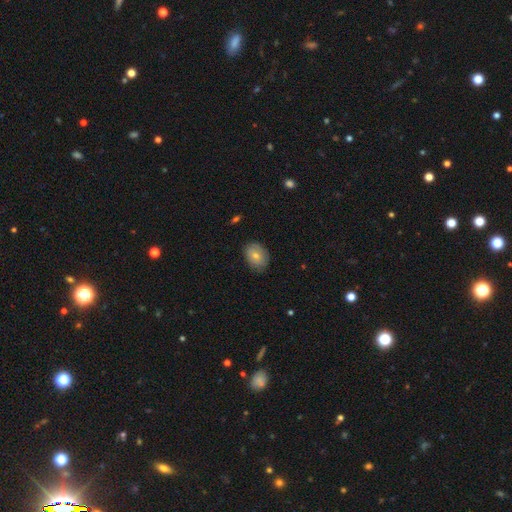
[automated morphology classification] Q: Smooth or featured?
A: smooth (70%); runner-up: featured or disk (23%)
Q: How rounded?
A: in between (69%); runner-up: round (30%)
Q: Merging?
A: none (77%); runner-up: minor disturbance (18%)